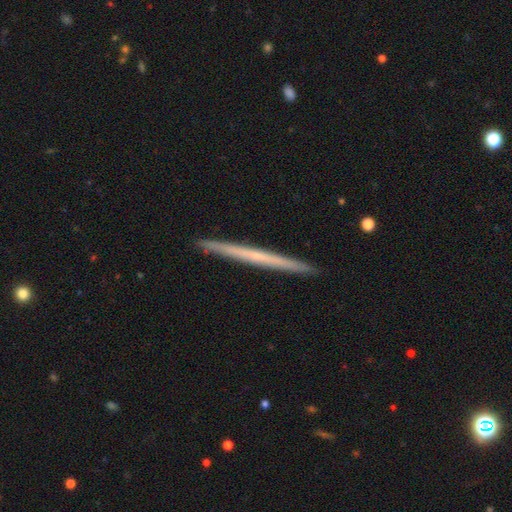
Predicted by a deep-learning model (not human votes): Smooth or featured? featured or disk (56%)
Edge-on disk? yes (98%)
Edge-on bulge? none (87%)
Merging? none (93%)